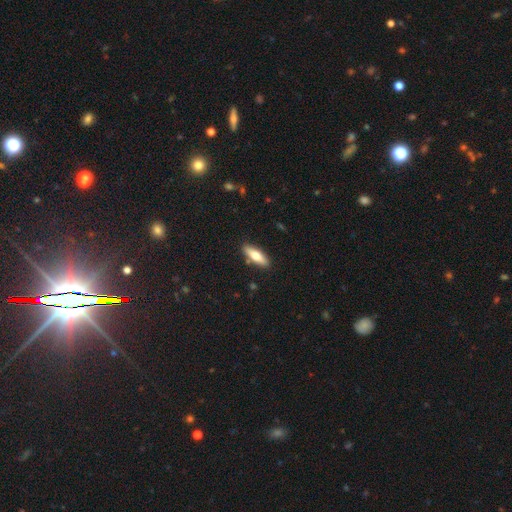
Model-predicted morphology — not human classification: smooth 64%, featured or disk 30%, star or artifact 6%. Down the decision tree: how rounded — in between (51%); merging — none (87%).